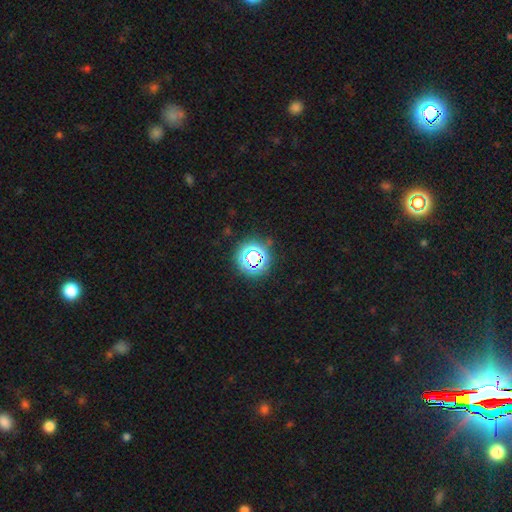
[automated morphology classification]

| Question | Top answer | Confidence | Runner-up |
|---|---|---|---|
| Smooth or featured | star or artifact | 67% | smooth (23%) |